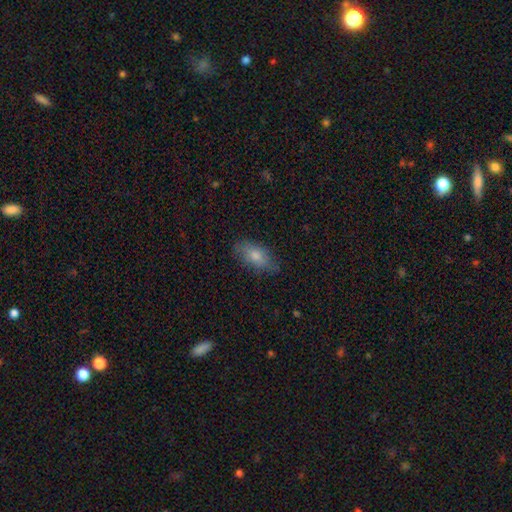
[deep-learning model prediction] Q: Smooth or featured?
A: smooth (78%); runner-up: featured or disk (15%)
Q: How rounded?
A: in between (88%); runner-up: cigar-shaped (7%)
Q: Merging?
A: none (75%); runner-up: minor disturbance (19%)